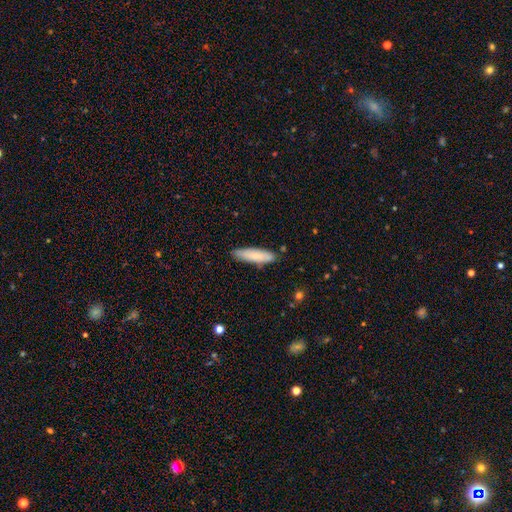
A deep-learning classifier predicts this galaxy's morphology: This appears to be a smooth galaxy with no disk features (81%) that is cigar-shaped (68%). Merging: none (83%).